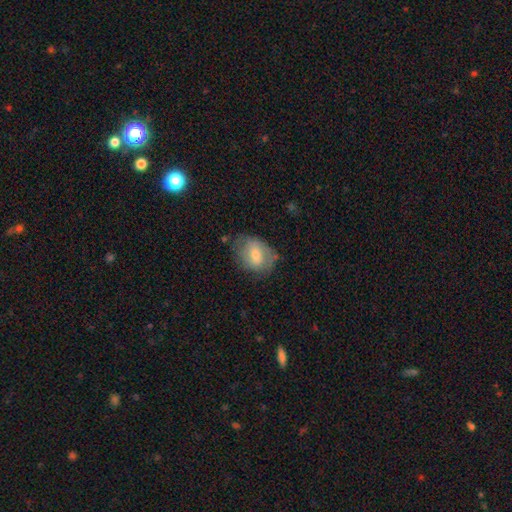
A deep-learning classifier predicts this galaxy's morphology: type=smooth (57%); roundness=in between (64%); merging=none (62%).